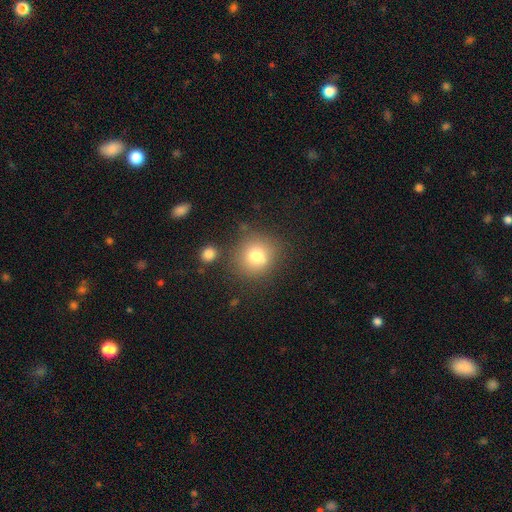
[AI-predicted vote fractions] This appears to be a smooth galaxy with no disk features (73%) that is round (86%). Merging: none (66%).